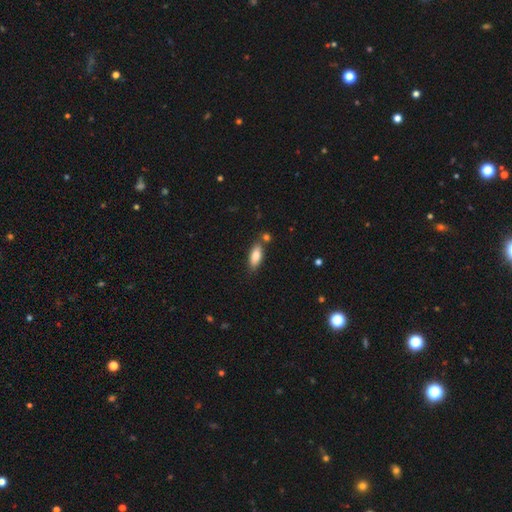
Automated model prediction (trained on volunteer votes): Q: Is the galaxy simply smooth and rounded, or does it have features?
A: smooth — 80%.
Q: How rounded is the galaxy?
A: in between — 73%.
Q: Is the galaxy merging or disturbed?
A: none — 75%.